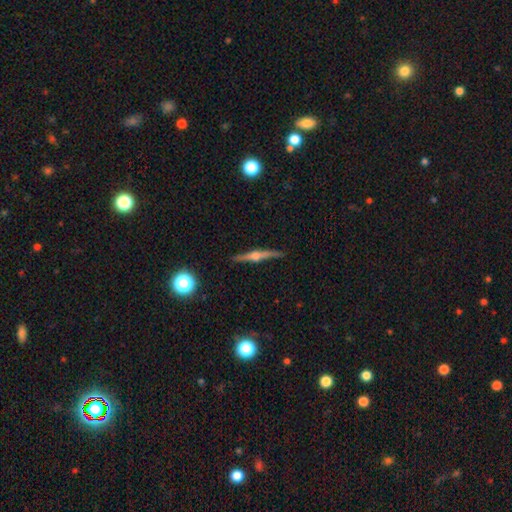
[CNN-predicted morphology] Smooth or featured? featured or disk (78%)
Edge-on disk? yes (98%)
Edge-on bulge? rounded (90%)
Merging? none (90%)